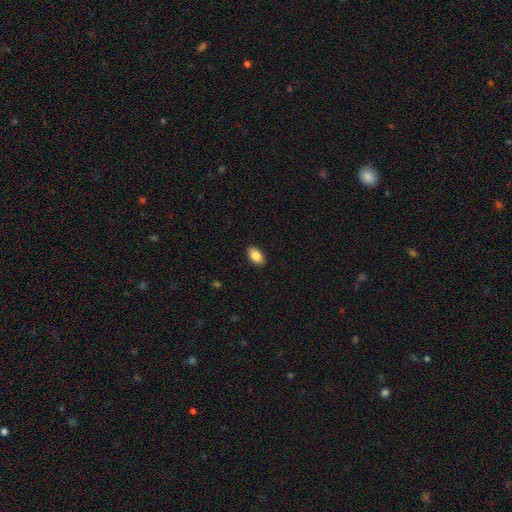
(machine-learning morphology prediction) The model was most divided on "smooth or featured": smooth: 86%, star or artifact: 7%, featured or disk: 7%. More confident: how rounded — in between (93%); merging — none (90%).